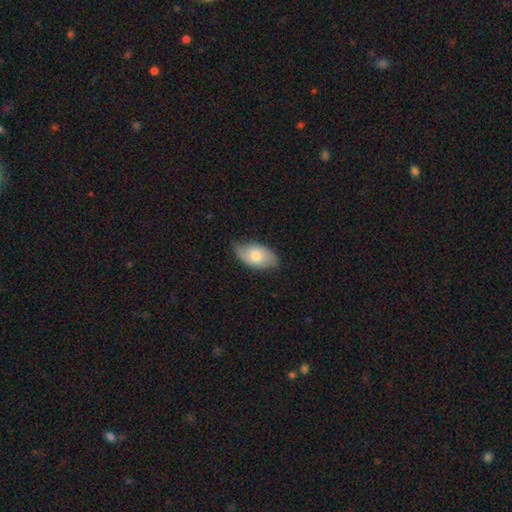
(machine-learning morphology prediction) The model was most divided on "smooth or featured": smooth: 66%, featured or disk: 28%, star or artifact: 6%. More confident: how rounded — in between (93%); merging — none (68%).